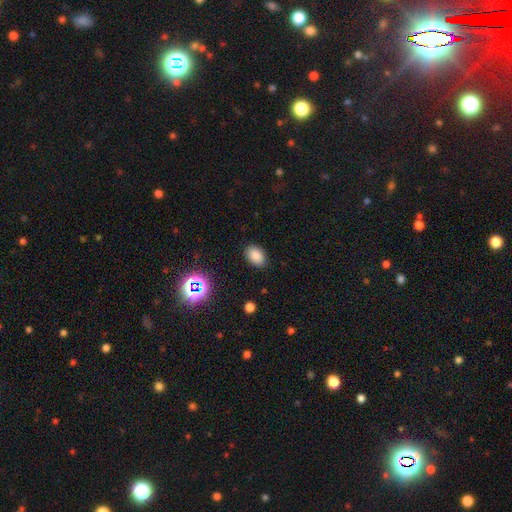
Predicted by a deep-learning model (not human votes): Morphology: type=smooth (83%); roundness=in between (86%); merging=none (87%).